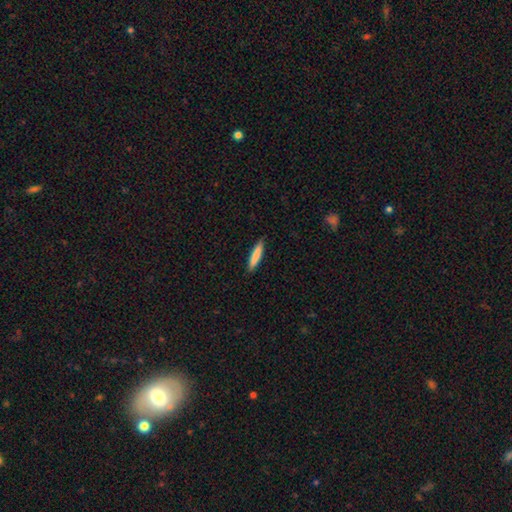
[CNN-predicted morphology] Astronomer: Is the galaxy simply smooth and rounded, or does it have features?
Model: smooth — 82%.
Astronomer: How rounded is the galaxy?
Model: cigar-shaped — 87%.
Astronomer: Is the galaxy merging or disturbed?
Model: none — 90%.